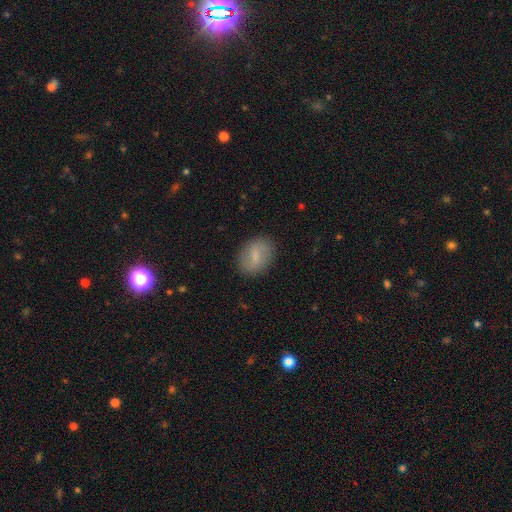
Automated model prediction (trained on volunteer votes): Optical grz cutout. It shows a smooth galaxy with no disk features (64%) that is in between round and cigar-shaped (75%). Merging: none (84%).